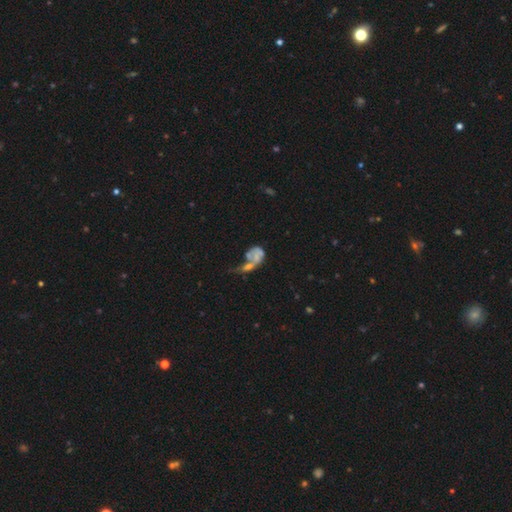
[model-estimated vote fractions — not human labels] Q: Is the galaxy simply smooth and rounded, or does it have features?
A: featured or disk — 53%.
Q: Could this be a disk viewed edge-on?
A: no — 97%.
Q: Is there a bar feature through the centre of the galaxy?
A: no — 85%.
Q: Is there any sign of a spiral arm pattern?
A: no — 69%.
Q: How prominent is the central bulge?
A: none — 60%.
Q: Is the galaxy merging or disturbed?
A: merger — 44%.